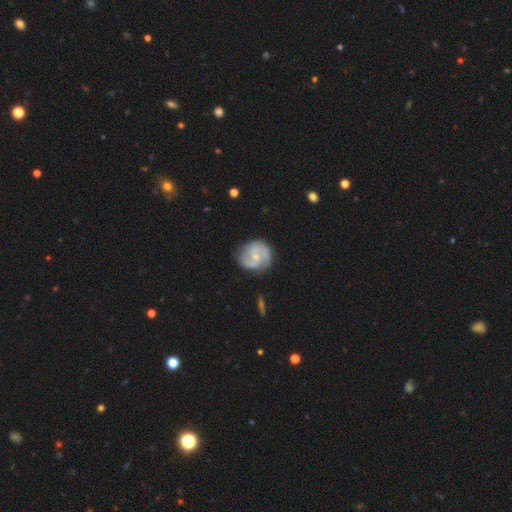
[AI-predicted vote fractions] A featured or disk galaxy (78%) with no bar (53%), 2 (77%) medium (50%) spiral arms (94%) and a small central bulge (67%). Merging: none (77%).